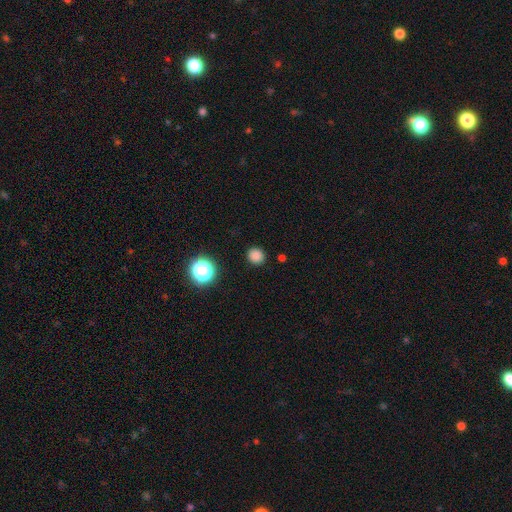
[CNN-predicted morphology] smooth-or-featured: smooth: 82% | star or artifact: 15% | featured or disk: 3%
  how-rounded: round: 89% | in between: 10% | cigar-shaped: 1%
  merging: none: 90% | minor disturbance: 6% | major disturbance: 2% | merger: 1%